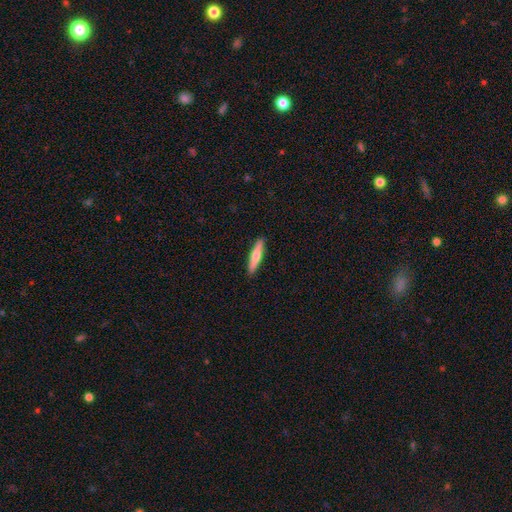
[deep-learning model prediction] The model was most divided on "smooth or featured": smooth: 56%, featured or disk: 39%, star or artifact: 5%. More confident: merging — none (92%); how rounded — cigar-shaped (88%).